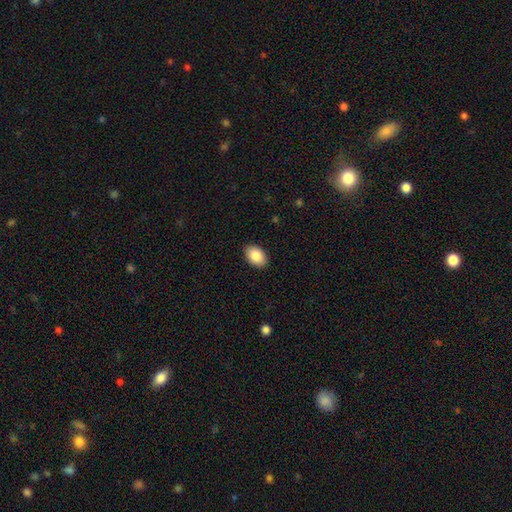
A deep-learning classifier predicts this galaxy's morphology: This is clearly a smooth galaxy (88%). How rounded: clearly in between (88%). Merging: clearly none (89%).